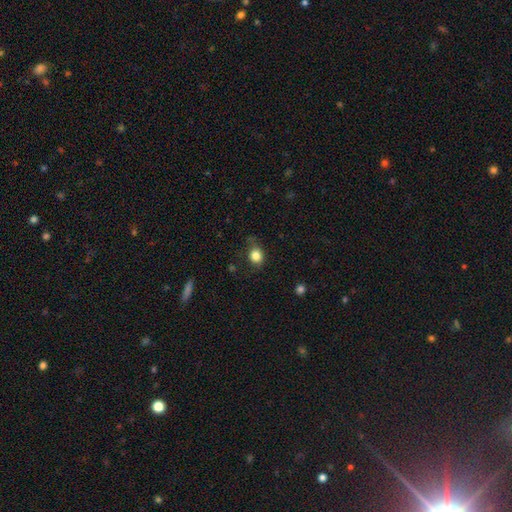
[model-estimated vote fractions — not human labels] Smooth or featured?
  - smooth: 83% *
  - star or artifact: 11%
  - featured or disk: 6%
How rounded?
  - round: 66% *
  - in between: 33%
  - cigar-shaped: 1%
Merging?
  - none: 68% *
  - minor disturbance: 23%
  - major disturbance: 6%
  - merger: 2%